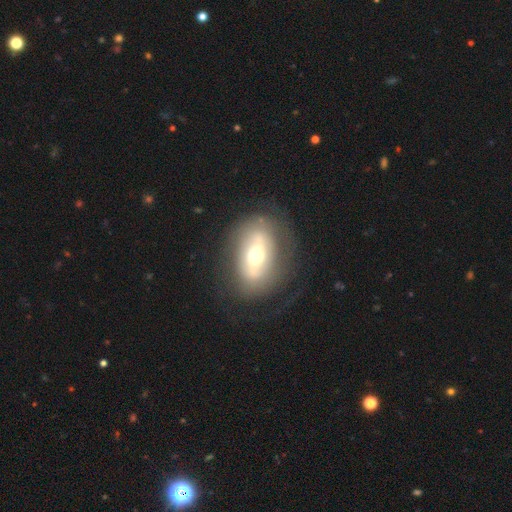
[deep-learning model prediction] A featured or disk galaxy (58%) with no bar (36%, tied with strong), no spiral arms (64%) and a moderate central bulge (68%). Merging: none (75%).